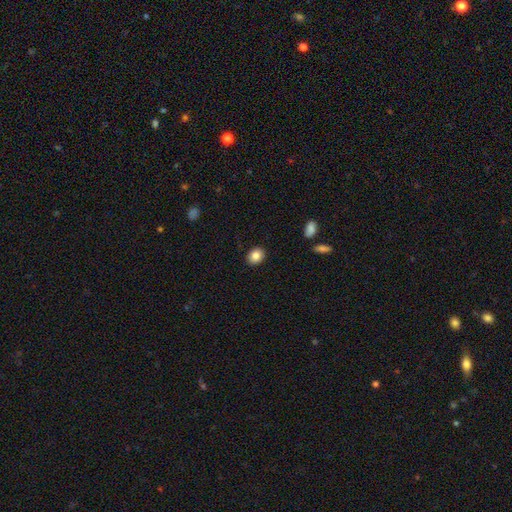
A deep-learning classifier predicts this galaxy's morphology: The model was most divided on "how rounded": in between: 50%, round: 49%, cigar-shaped: 1%. More confident: merging — none (89%); smooth or featured — smooth (84%).